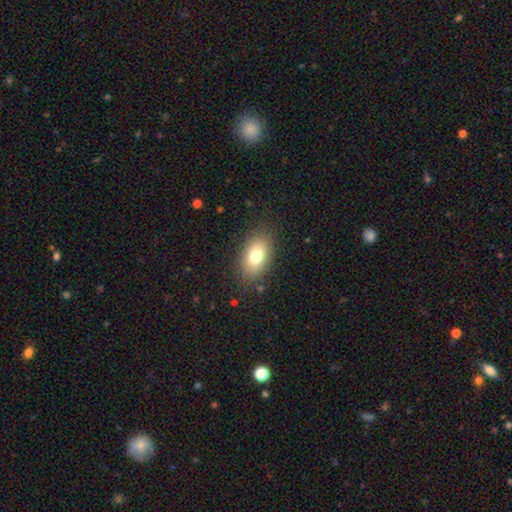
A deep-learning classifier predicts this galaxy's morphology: type=smooth (77%); roundness=in between (88%); merging=none (84%).